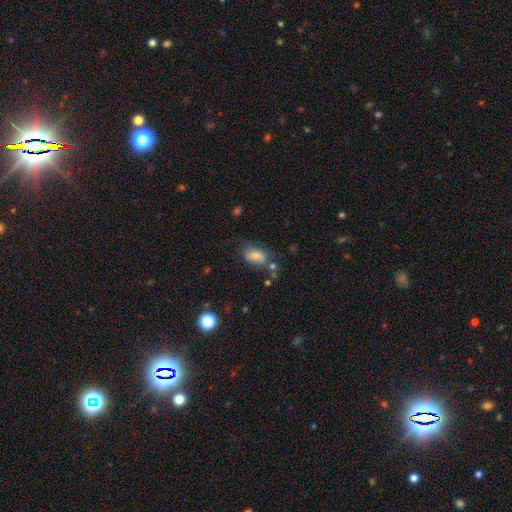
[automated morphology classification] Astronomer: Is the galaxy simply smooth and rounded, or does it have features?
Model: smooth — 74%.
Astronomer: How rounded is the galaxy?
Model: in between — 86%.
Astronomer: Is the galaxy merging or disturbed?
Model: none — 54%.